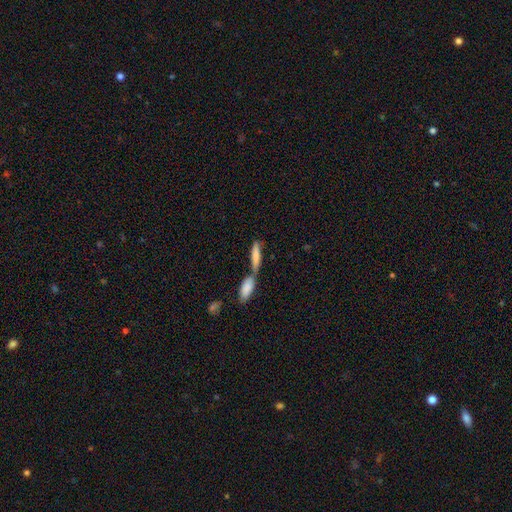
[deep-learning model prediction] smooth_or_featured: smooth (p=0.76) [alt: featured or disk p=0.17]
how_rounded: cigar-shaped (p=0.65) [alt: in between p=0.33]
merging: merger (p=0.55) [alt: none p=0.32]